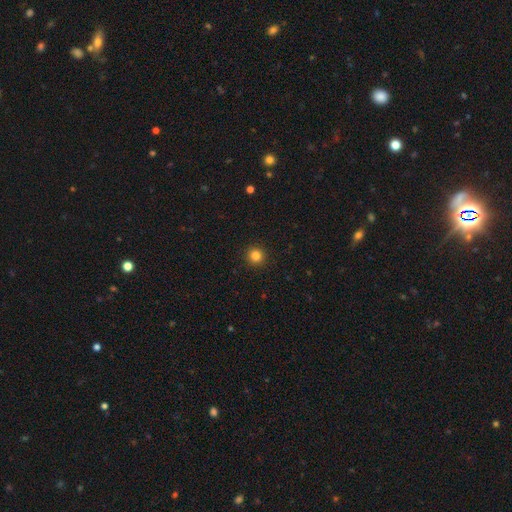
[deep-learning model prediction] A smooth galaxy with no disk features (83%) that is round (95%).

Vote fractions:
- Smooth or featured? smooth: 83% / star or artifact: 13% / featured or disk: 4%
- How rounded? round: 95% / in between: 4% / cigar-shaped: 1%
- Merging? none: 93% / minor disturbance: 4% / major disturbance: 2% / merger: 1%